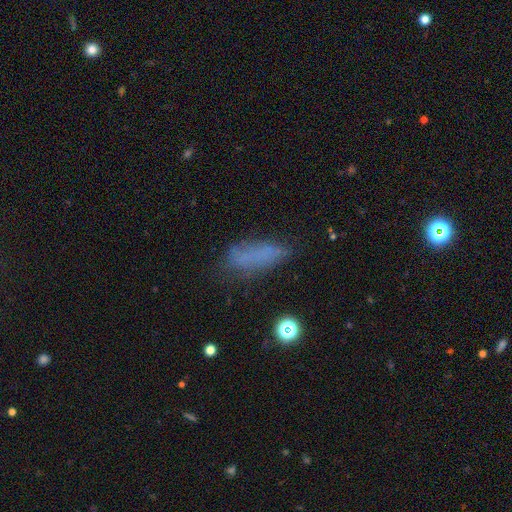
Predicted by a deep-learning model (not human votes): Smooth or featured: smooth — 66% (featured or disk — 17%)
How rounded: in between — 50% (cigar-shaped — 47%)
Merging: none — 62% (minor disturbance — 23%)